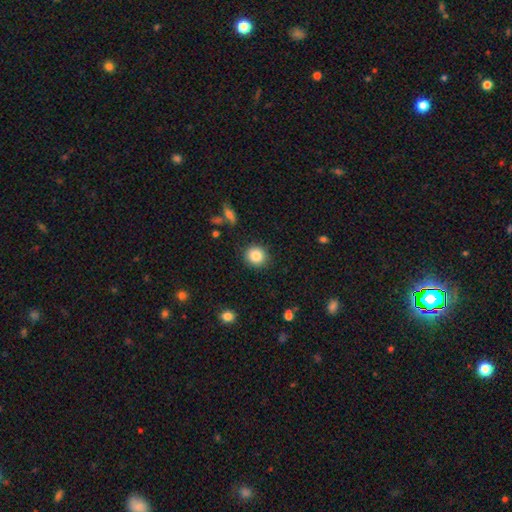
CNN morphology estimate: smooth-or-featured: smooth: 85% | star or artifact: 9% | featured or disk: 6%
  how-rounded: round: 89% | in between: 10% | cigar-shaped: 1%
  merging: none: 90% | minor disturbance: 7% | major disturbance: 2% | merger: 1%